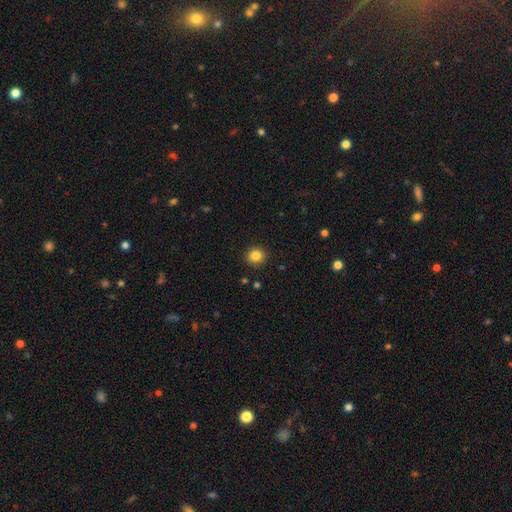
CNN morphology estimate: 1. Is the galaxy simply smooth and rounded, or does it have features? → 84% smooth, 11% star or artifact, 5% featured or disk.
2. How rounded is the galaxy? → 89% round, 10% in between, 1% cigar-shaped.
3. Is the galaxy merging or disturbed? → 91% none, 6% minor disturbance, 2% major disturbance, 1% merger.